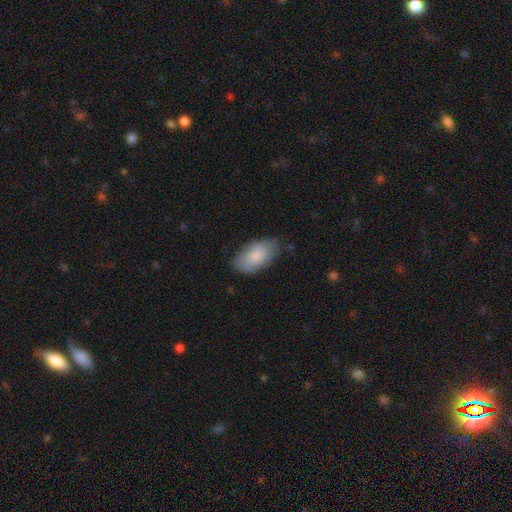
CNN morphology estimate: This appears to be a smooth galaxy with no disk features (82%) that is in between round and cigar-shaped (95%). Merging: none (75%).